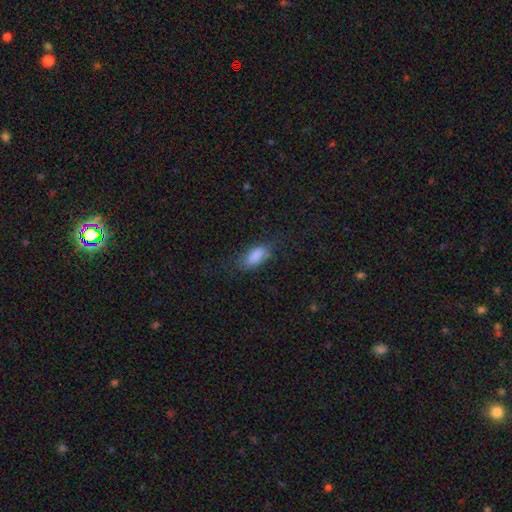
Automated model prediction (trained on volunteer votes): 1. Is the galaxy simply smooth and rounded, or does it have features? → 81% smooth, 10% featured or disk, 9% star or artifact.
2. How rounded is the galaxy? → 86% in between, 11% cigar-shaped, 3% round.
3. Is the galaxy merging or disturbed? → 60% none, 24% minor disturbance, 14% major disturbance, 2% merger.